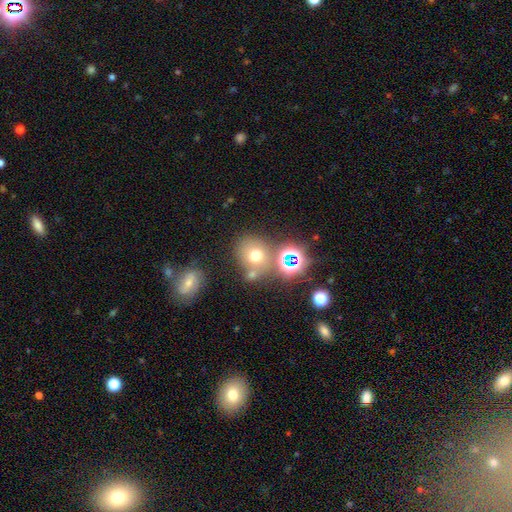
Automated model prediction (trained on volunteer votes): Overall: smooth (64%). How rounded: round (77%). Merging: none (59%; merger 21%).